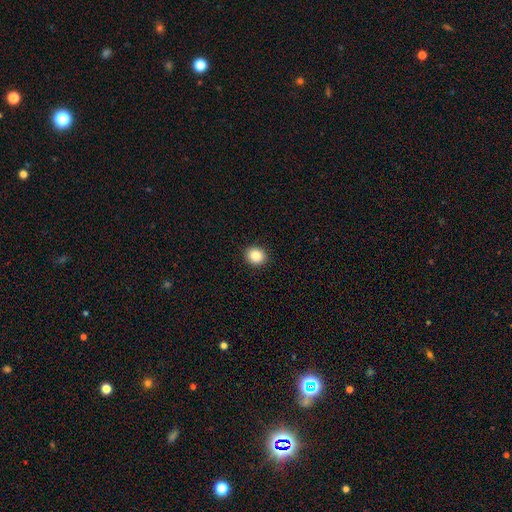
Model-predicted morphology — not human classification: Smooth or featured?
  - smooth: 86% *
  - star or artifact: 9%
  - featured or disk: 5%
How rounded?
  - round: 79% *
  - in between: 21%
  - cigar-shaped: 1%
Merging?
  - none: 92% *
  - minor disturbance: 5%
  - major disturbance: 2%
  - merger: 1%